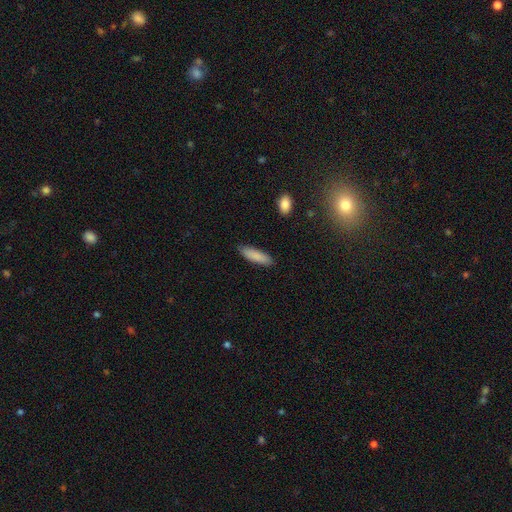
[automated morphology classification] Smooth or featured?
  - smooth: 87% *
  - featured or disk: 7%
  - star or artifact: 6%
How rounded?
  - cigar-shaped: 62% *
  - in between: 37%
  - round: 1%
Merging?
  - none: 87% *
  - minor disturbance: 9%
  - major disturbance: 2%
  - merger: 1%